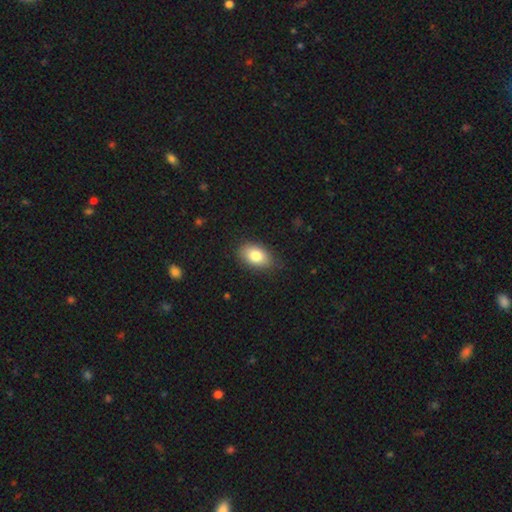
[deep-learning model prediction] Smooth or featured: smooth — 81% (featured or disk — 11%)
How rounded: in between — 88% (round — 10%)
Merging: none — 80% (minor disturbance — 16%)